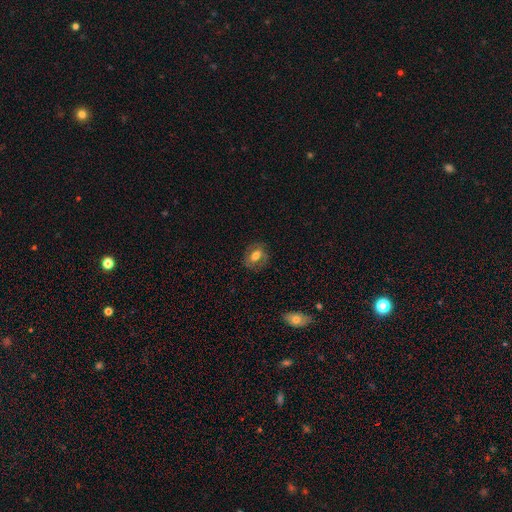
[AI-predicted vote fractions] smooth 60%, featured or disk 32%, star or artifact 9%. Down the decision tree: how rounded — in between (60%); merging — none (78%).